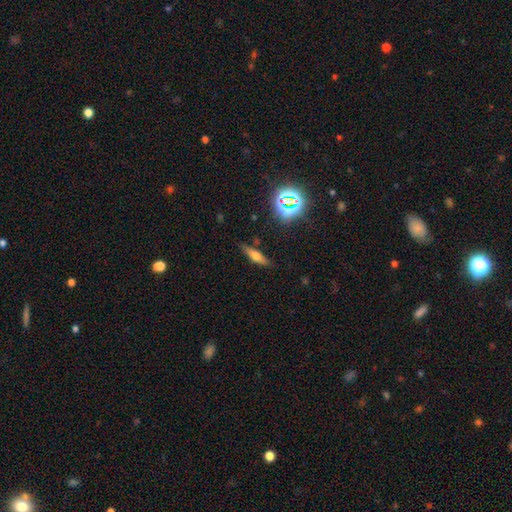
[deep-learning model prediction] Smooth or featured?
  - smooth: 46% *
  - featured or disk: 40%
  - star or artifact: 14%
Merging?
  - none: 81% *
  - minor disturbance: 13%
  - major disturbance: 3%
  - merger: 2%